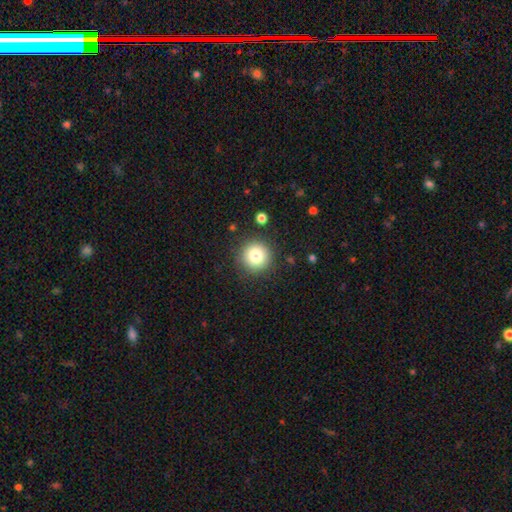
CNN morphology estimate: type=smooth (81%); roundness=round (95%); merging=none (89%).